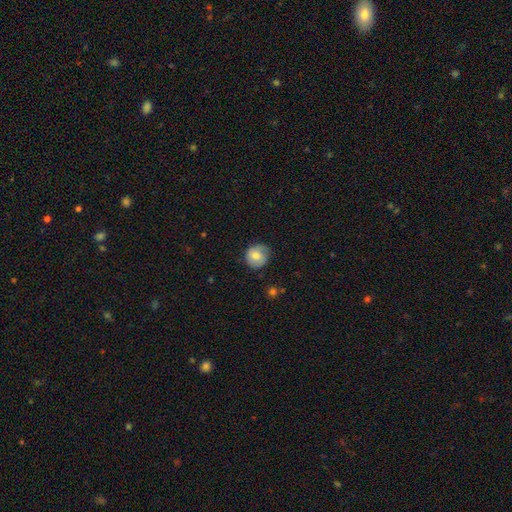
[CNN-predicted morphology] A smooth galaxy with no disk features (70%) that is round (85%).

Vote fractions:
- Smooth or featured? smooth: 70% / featured or disk: 23% / star or artifact: 8%
- How rounded? round: 85% / in between: 14% / cigar-shaped: 1%
- Merging? none: 71% / minor disturbance: 23% / major disturbance: 5% / merger: 1%